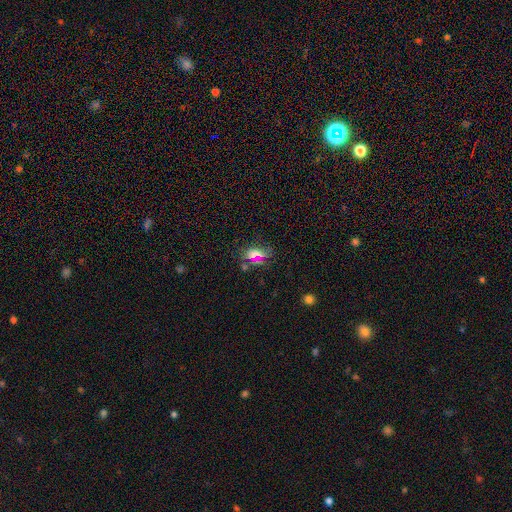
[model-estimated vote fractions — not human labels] Smooth or featured? Predicted: smooth (p=0.54). How rounded? Predicted: in between (p=0.69). Merging? Predicted: none (p=0.70).